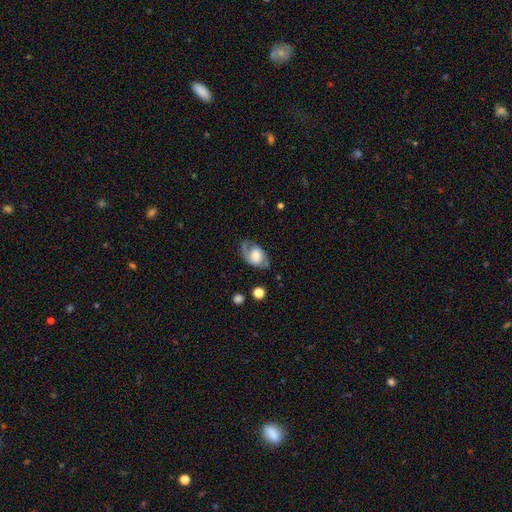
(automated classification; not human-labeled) A featured or disk galaxy (60%) with no bar (60%), spiral arms (82%) and a moderate central bulge (34%, tied with large).

Vote fractions:
- Smooth or featured? featured or disk: 60% / smooth: 33% / star or artifact: 7%
- Edge-on disk? no: 95% / yes: 5%
- Bar? no: 60% / weak: 32% / strong: 8%
- Spiral arms? yes: 82% / no: 18%
- Bulge size? moderate: 34% (tied) / large: 34% (tied) / small: 19% / none: 7% / dominant: 6%
- Merging? none: 56% / minor disturbance: 25% / major disturbance: 17% / merger: 3%